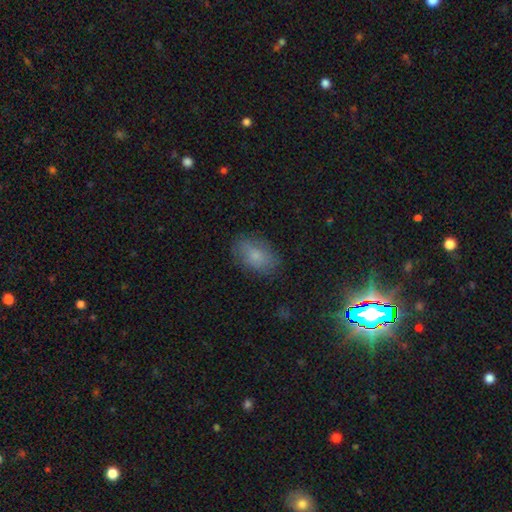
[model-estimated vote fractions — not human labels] Overall: smooth (75%). How rounded: in between (87%). Merging: none (79%).